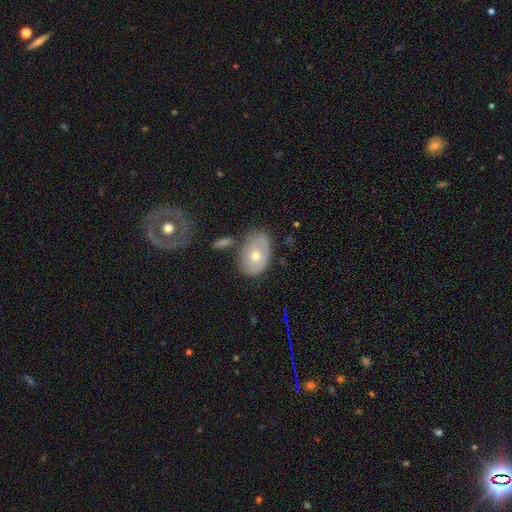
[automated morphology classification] A smooth galaxy with no disk features (54%) that is in between round and cigar-shaped (81%).

Vote fractions:
- Smooth or featured? smooth: 54% / featured or disk: 39% / star or artifact: 7%
- How rounded? in between: 81% / round: 17% / cigar-shaped: 1%
- Merging? none: 57% / minor disturbance: 25% / merger: 10% / major disturbance: 8%